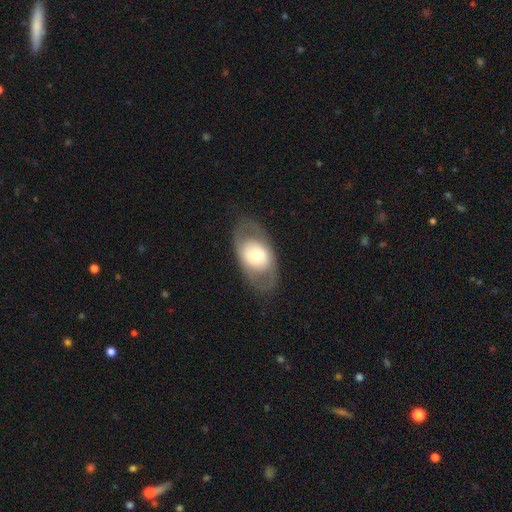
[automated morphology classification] This appears to be a featured or disk galaxy (49%). Merging: none (78%).